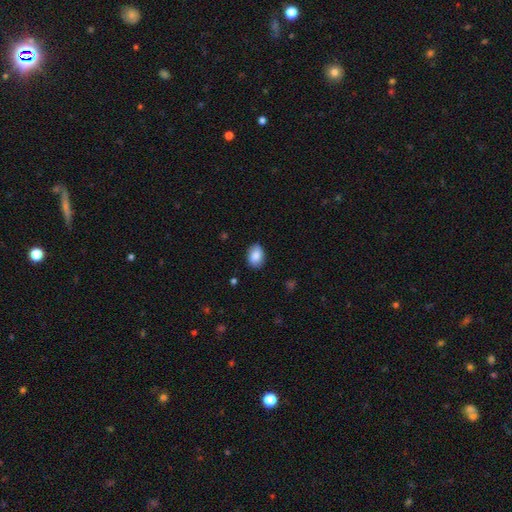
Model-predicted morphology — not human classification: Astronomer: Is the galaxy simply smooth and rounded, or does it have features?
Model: smooth — 87%.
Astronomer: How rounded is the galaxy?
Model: in between — 77%.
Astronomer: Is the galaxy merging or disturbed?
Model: none — 84%.